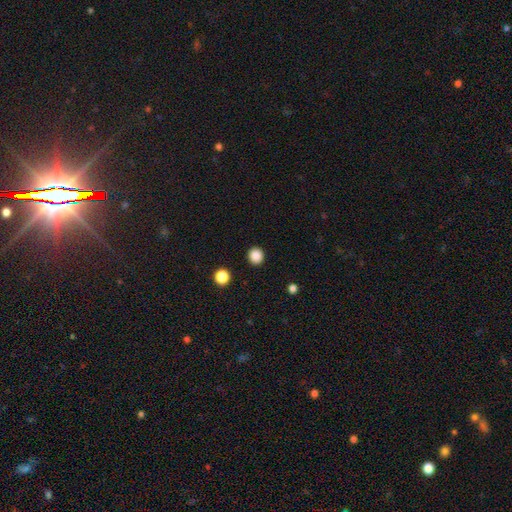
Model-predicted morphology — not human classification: Smooth or featured?
  - smooth: 87% *
  - star or artifact: 10%
  - featured or disk: 3%
How rounded?
  - round: 92% *
  - in between: 7%
  - cigar-shaped: 1%
Merging?
  - none: 92% *
  - minor disturbance: 5%
  - major disturbance: 2%
  - merger: 1%